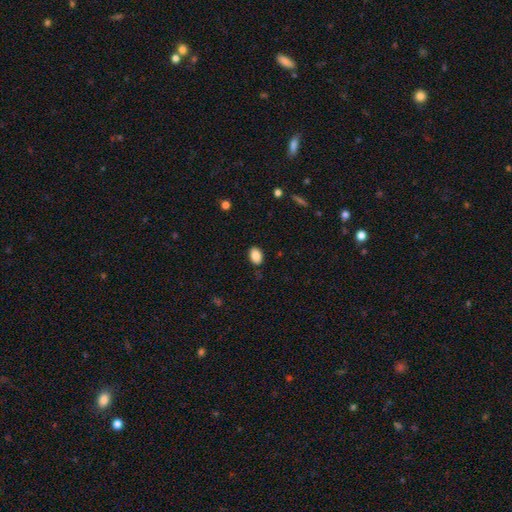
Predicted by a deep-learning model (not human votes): This is clearly a smooth galaxy (88%). How rounded: clearly in between (83%). Merging: clearly none (84%).